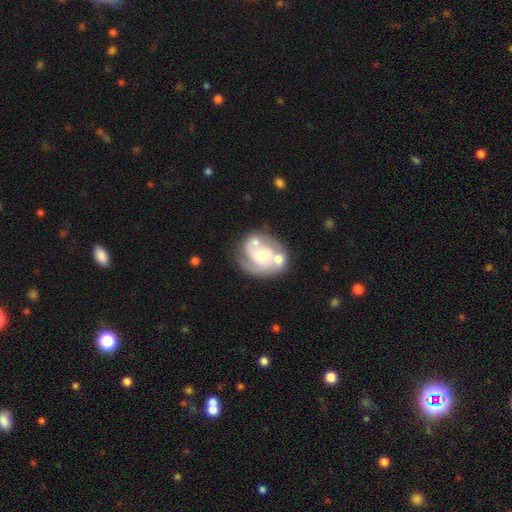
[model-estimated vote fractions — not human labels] A featured or disk galaxy (74%) with no bar (70%), 2 (51%) tight (42%) spiral arms (85%) and a moderate central bulge (57%).

Vote fractions:
- Smooth or featured? featured or disk: 74% / smooth: 20% / star or artifact: 6%
- Edge-on disk? no: 98% / yes: 2%
- Bar? no: 70% / weak: 25% / strong: 5%
- Spiral arms? yes: 85% / no: 15%
- Spiral winding? tight: 42% / medium: 41% / loose: 16%
- Spiral arm count? 2: 51% / can't tell: 19% / 3: 15% / 1: 11% / 4: 3% / more than 4: 2%
- Bulge size? moderate: 57% / small: 29% / large: 9% / none: 3% / dominant: 2%
- Merging? none: 46% / merger: 26% / minor disturbance: 17% / major disturbance: 11%